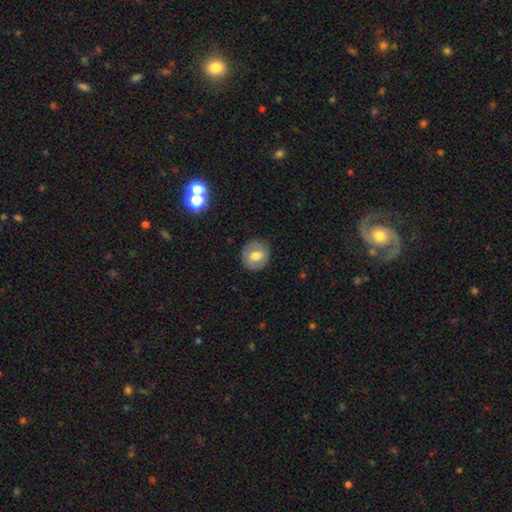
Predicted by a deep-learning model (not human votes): smooth 69%, featured or disk 23%, star or artifact 8%. Down the decision tree: how rounded — round (81%); merging — none (86%).